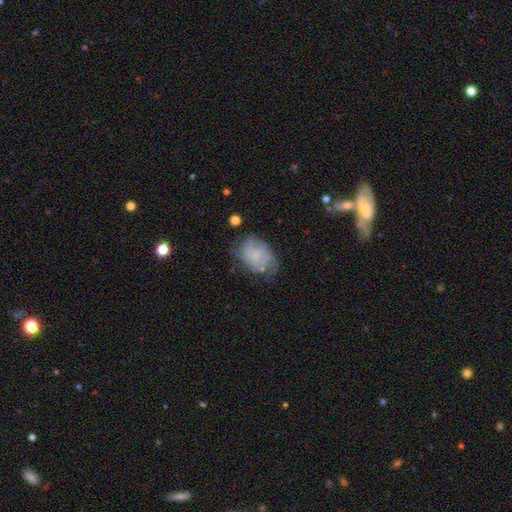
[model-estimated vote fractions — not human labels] smooth_or_featured: featured or disk (p=0.55) [alt: smooth p=0.36]
disk_edge_on: no (p=0.98) [alt: yes p=0.02]
bar: no (p=0.74) [alt: weak p=0.23]
has_spiral_arms: yes (p=0.81) [alt: no p=0.19]
bulge_size: small (p=0.59) [alt: none p=0.27]
merging: none (p=0.58) [alt: minor disturbance p=0.27]